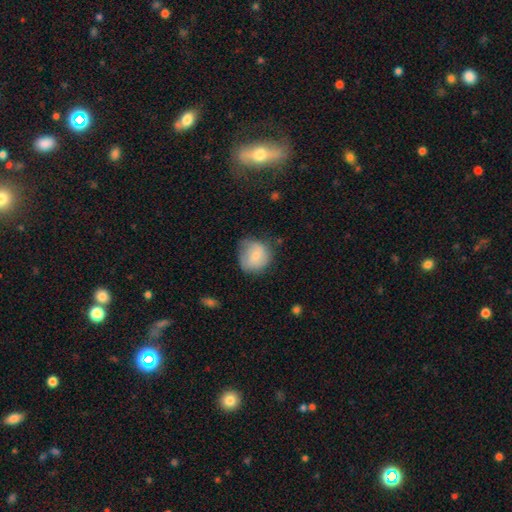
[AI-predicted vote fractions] Morphology: type=smooth (70%); roundness=round (83%); merging=none (55%).